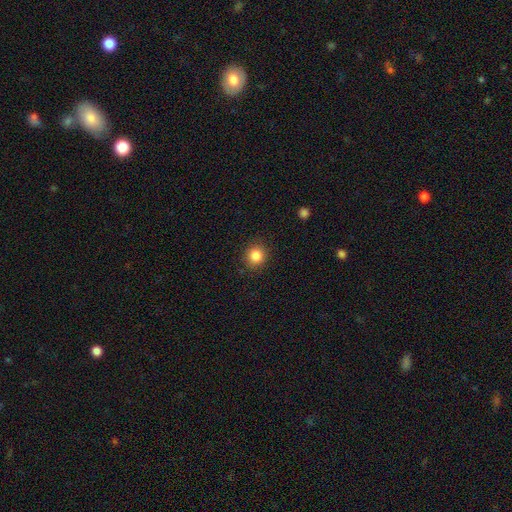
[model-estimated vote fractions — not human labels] The model was most divided on "smooth or featured": smooth: 86%, star or artifact: 10%, featured or disk: 4%. More confident: merging — none (90%); how rounded — round (89%).